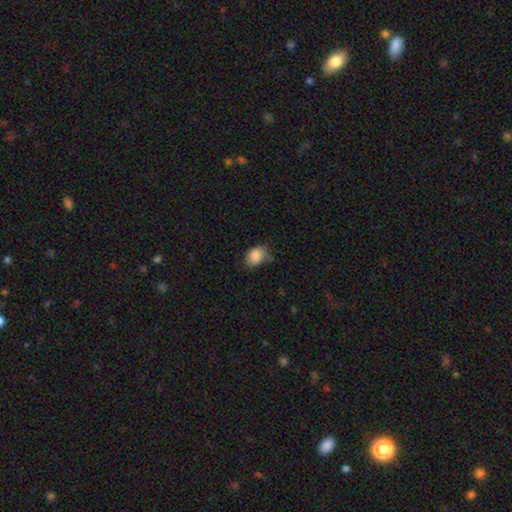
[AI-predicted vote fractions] Morphology: type=smooth (87%); roundness=in between (77%); merging=none (58%).